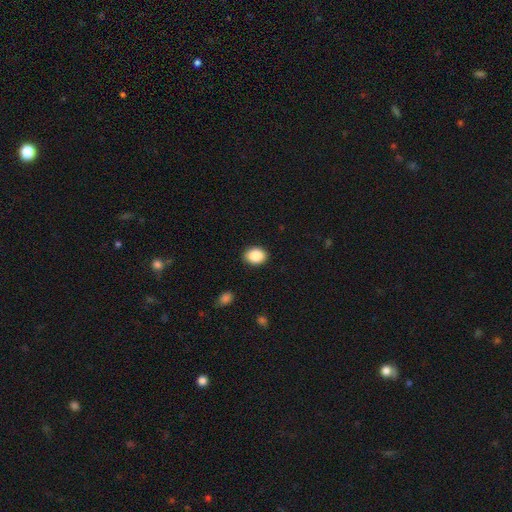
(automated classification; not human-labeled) smooth-or-featured: smooth: 88% | star or artifact: 8% | featured or disk: 4%
  how-rounded: in between: 60% | round: 39% | cigar-shaped: 1%
  merging: none: 89% | minor disturbance: 8% | major disturbance: 2% | merger: 1%